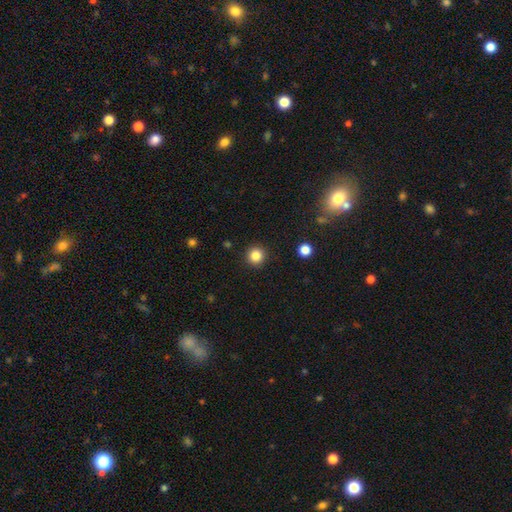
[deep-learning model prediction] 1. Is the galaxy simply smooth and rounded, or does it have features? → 84% smooth, 12% star or artifact, 4% featured or disk.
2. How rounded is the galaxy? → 95% round, 4% in between, 1% cigar-shaped.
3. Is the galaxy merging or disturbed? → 92% none, 5% minor disturbance, 2% major disturbance, 1% merger.